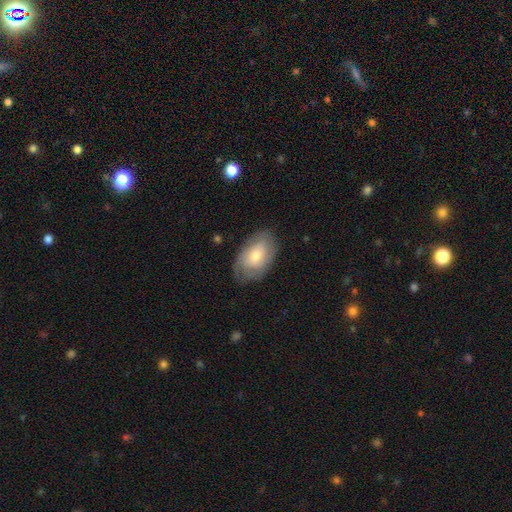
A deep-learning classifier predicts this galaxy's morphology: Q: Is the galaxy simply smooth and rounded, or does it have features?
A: smooth — 49%.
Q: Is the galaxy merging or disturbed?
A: none — 75%.